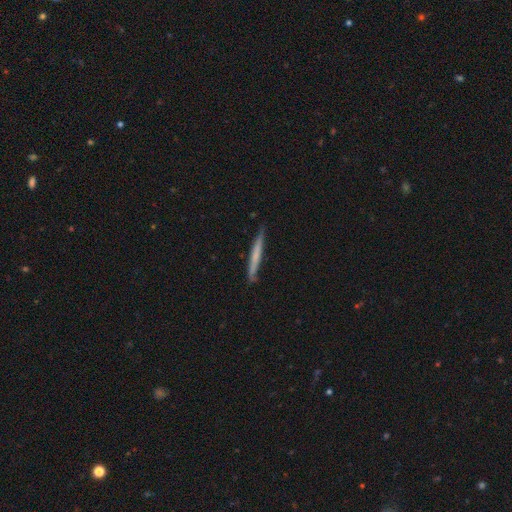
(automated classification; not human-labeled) Overall: smooth (54%; featured or disk 41%). How rounded: cigar-shaped (97%). Merging: none (85%).